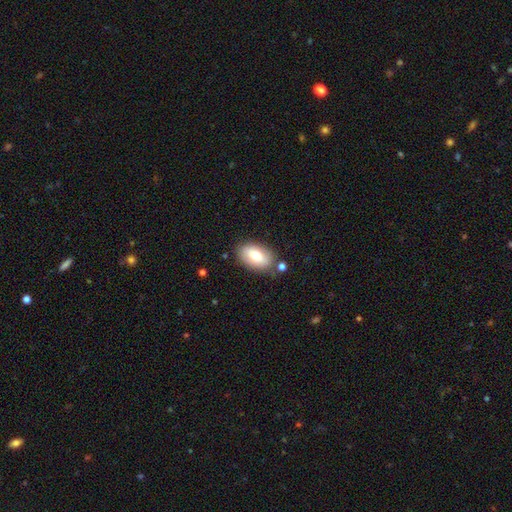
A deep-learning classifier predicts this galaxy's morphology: Smooth or featured? Predicted: smooth (p=0.73). How rounded? Predicted: in between (p=0.92). Merging? Predicted: none (p=0.77).